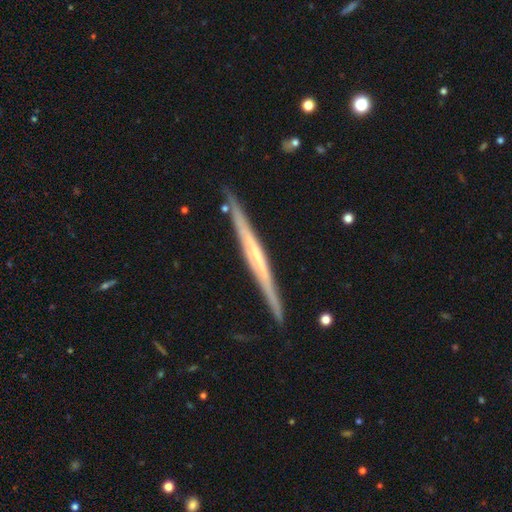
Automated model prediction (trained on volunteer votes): This is likely a featured or disk galaxy (72%). It is clearly viewed edge-on (98%). Edge-on bulge: likely none (69%). Merging: clearly none (88%).